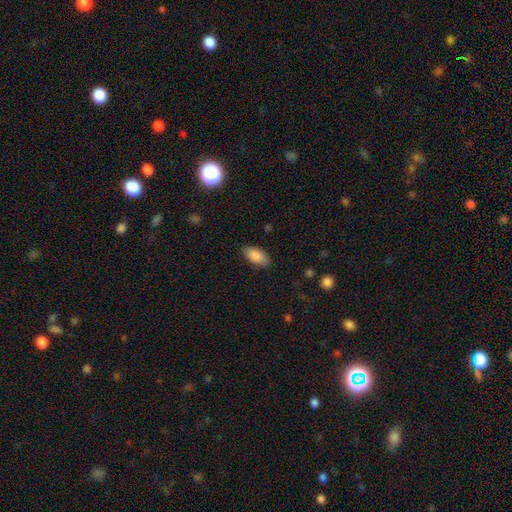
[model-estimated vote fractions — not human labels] A smooth galaxy with no disk features (88%) that is in between round and cigar-shaped (93%).

Vote fractions:
- Smooth or featured? smooth: 88% / star or artifact: 6% / featured or disk: 6%
- How rounded? in between: 93% / cigar-shaped: 5% / round: 2%
- Merging? none: 84% / minor disturbance: 12% / major disturbance: 3% / merger: 1%